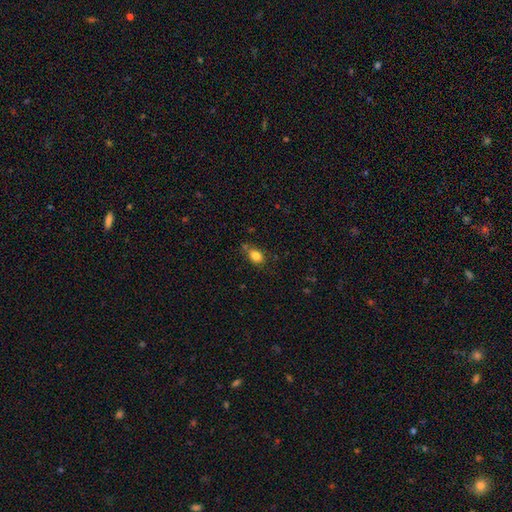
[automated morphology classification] A smooth galaxy with no disk features (83%) that is in between round and cigar-shaped (74%).

Vote fractions:
- Smooth or featured? smooth: 83% / star or artifact: 10% / featured or disk: 7%
- How rounded? in between: 74% / round: 25% / cigar-shaped: 2%
- Merging? none: 68% / minor disturbance: 20% / merger: 8% / major disturbance: 5%